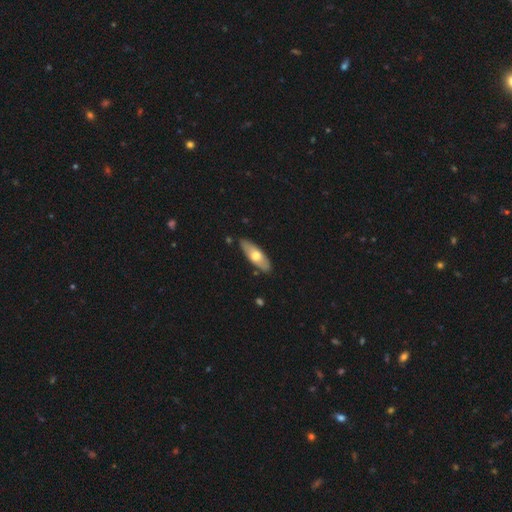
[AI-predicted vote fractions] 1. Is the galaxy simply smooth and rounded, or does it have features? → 57% smooth, 38% featured or disk, 5% star or artifact.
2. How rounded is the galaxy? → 67% in between, 30% cigar-shaped, 2% round.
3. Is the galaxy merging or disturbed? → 85% none, 11% minor disturbance, 2% merger, 2% major disturbance.